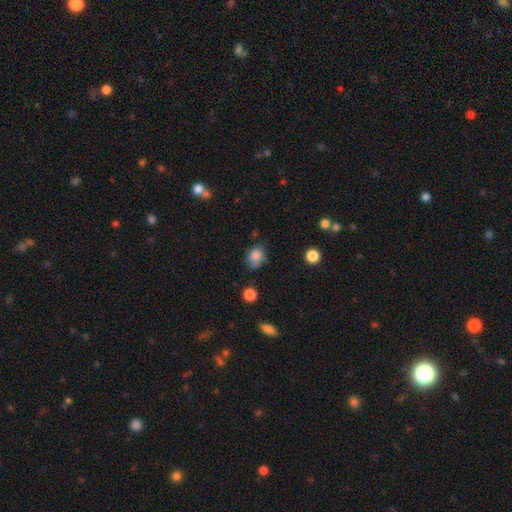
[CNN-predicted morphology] smooth 82%, star or artifact 10%, featured or disk 8%. Down the decision tree: how rounded — in between (56%); merging — none (54%).